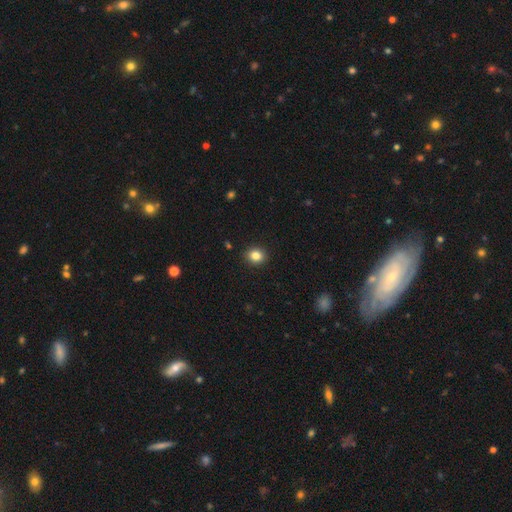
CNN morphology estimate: Smooth or featured? smooth (84%)
How rounded? round (75%)
Merging? none (91%)